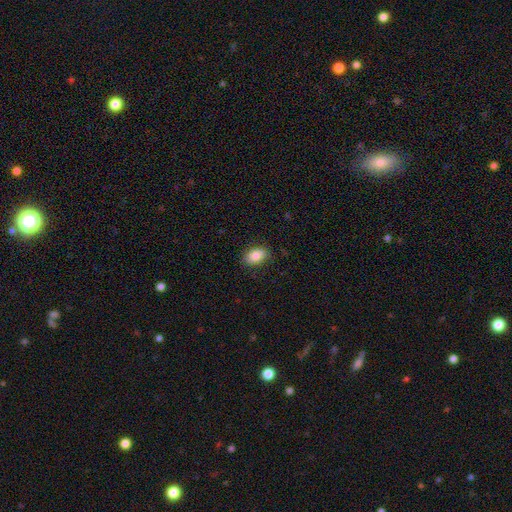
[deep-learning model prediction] The model was most divided on "merging": none: 84%, minor disturbance: 12%, major disturbance: 3%, merger: 1%. More confident: how rounded — in between (87%); smooth or featured — smooth (83%).